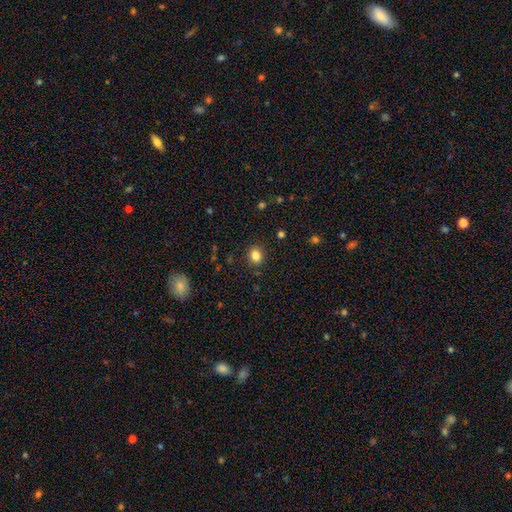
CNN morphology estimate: Smooth or featured?
  - smooth: 83% *
  - star or artifact: 11%
  - featured or disk: 6%
How rounded?
  - in between: 51% *
  - round: 48%
  - cigar-shaped: 1%
Merging?
  - none: 87% *
  - minor disturbance: 9%
  - major disturbance: 3%
  - merger: 1%